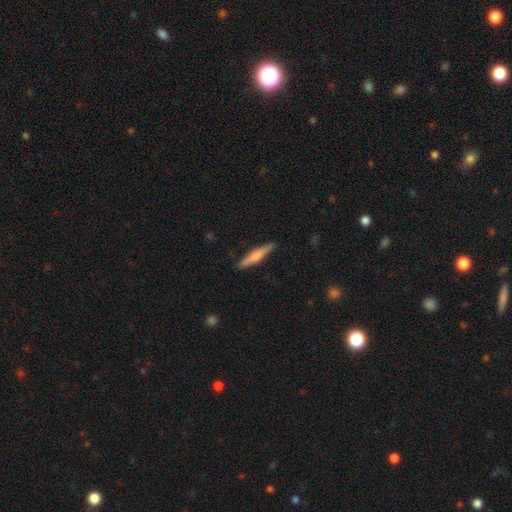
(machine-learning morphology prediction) A smooth galaxy with no disk features (60%) that is cigar-shaped (91%).

Vote fractions:
- Smooth or featured? smooth: 60% / featured or disk: 35% / star or artifact: 5%
- How rounded? cigar-shaped: 91% / in between: 7% / round: 2%
- Merging? none: 89% / minor disturbance: 8% / major disturbance: 2% / merger: 1%